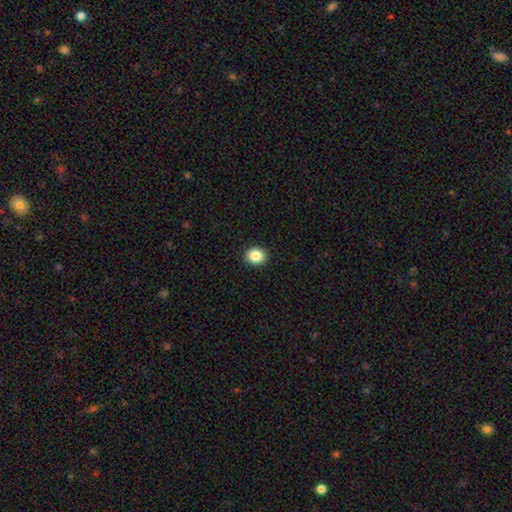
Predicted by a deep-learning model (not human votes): Smooth or featured? Predicted: smooth (p=0.87). How rounded? Predicted: round (p=0.67). Merging? Predicted: none (p=0.92).